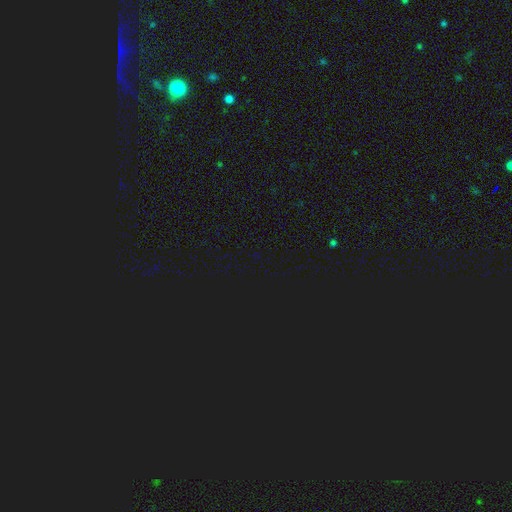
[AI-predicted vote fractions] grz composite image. It shows a star or artifact, not a galaxy (78%).